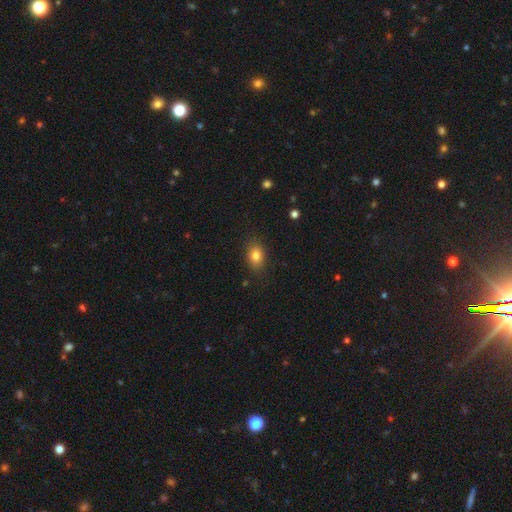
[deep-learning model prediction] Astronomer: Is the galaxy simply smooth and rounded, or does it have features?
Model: smooth — 81%.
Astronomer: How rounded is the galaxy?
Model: in between — 75%.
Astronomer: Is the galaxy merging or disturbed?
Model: none — 84%.